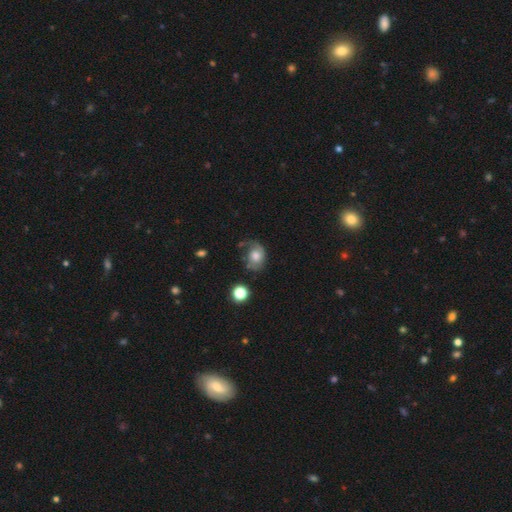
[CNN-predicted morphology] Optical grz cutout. It shows a featured or disk galaxy (46%). Merging: none (44%).